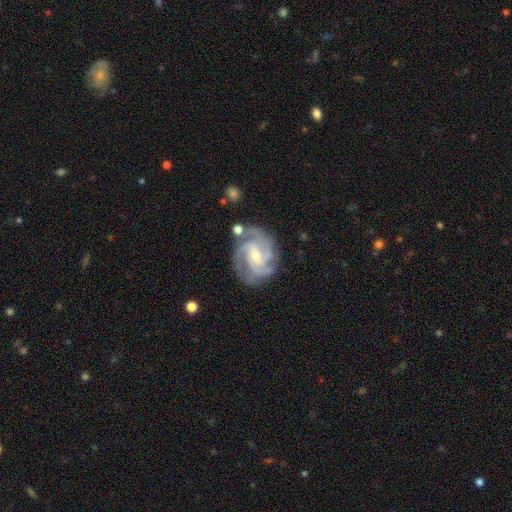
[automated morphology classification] The model was most divided on "bar": no: 45%, weak: 42%, strong: 13%. Remaining: spiral arms — yes (98%); edge-on disk — no (98%); smooth or featured — featured or disk (91%); merging — none (74%); bulge size — small (62%); spiral winding — tight (52%); spiral arm count — 3 (45%).